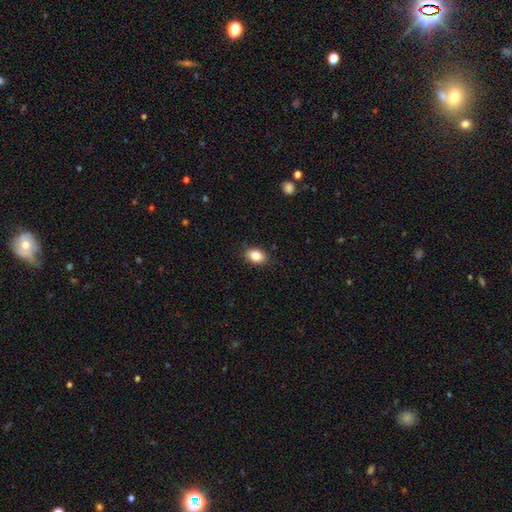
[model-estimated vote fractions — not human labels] Q: Smooth or featured?
A: smooth (84%); runner-up: star or artifact (8%)
Q: How rounded?
A: in between (83%); runner-up: round (15%)
Q: Merging?
A: none (86%); runner-up: minor disturbance (11%)